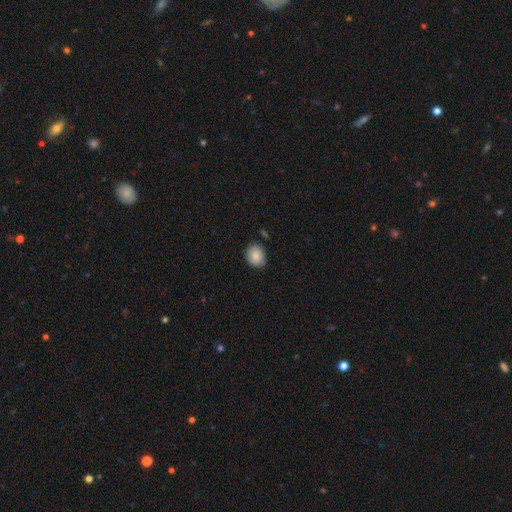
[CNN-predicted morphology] The model was most divided on "how rounded": round: 62%, in between: 38%, cigar-shaped: 1%. More confident: smooth or featured — smooth (87%); merging — none (82%).